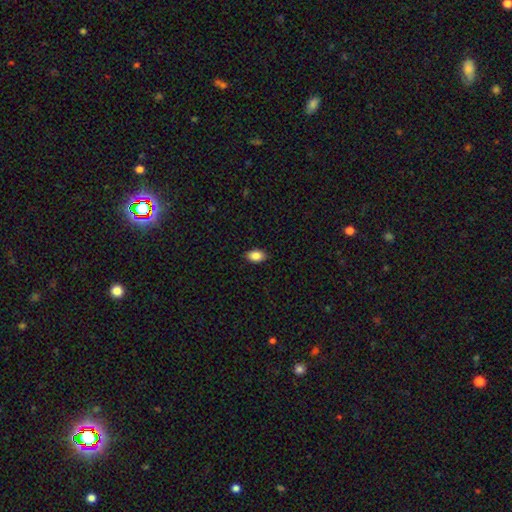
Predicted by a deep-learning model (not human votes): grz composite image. It shows a smooth galaxy with no disk features (86%) that is in between round and cigar-shaped (89%). Merging: none (89%).